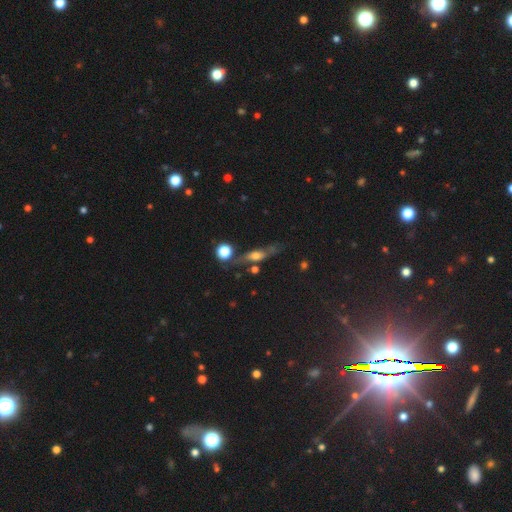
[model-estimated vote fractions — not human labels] Smooth or featured? Predicted: featured or disk (p=0.46). Merging? Predicted: none (p=0.62).